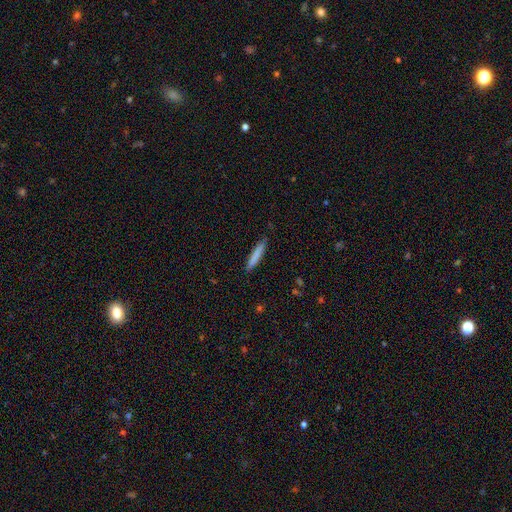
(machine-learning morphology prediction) Smooth or featured: smooth — 81% (featured or disk — 13%)
How rounded: cigar-shaped — 92% (in between — 6%)
Merging: none — 87% (minor disturbance — 10%)